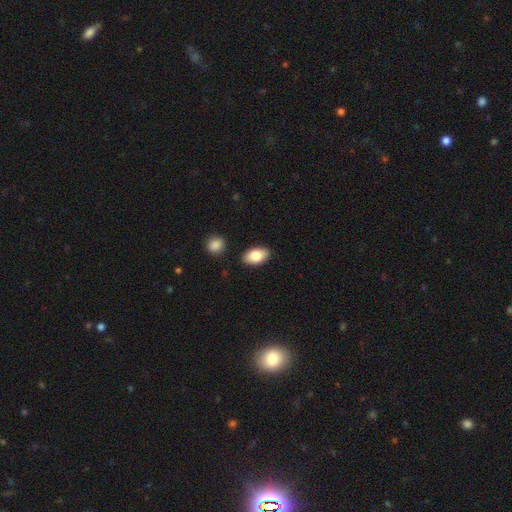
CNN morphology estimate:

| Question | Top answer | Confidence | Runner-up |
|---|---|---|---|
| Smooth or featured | smooth | 82% | featured or disk (11%) |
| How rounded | in between | 92% | round (6%) |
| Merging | none | 86% | minor disturbance (9%) |